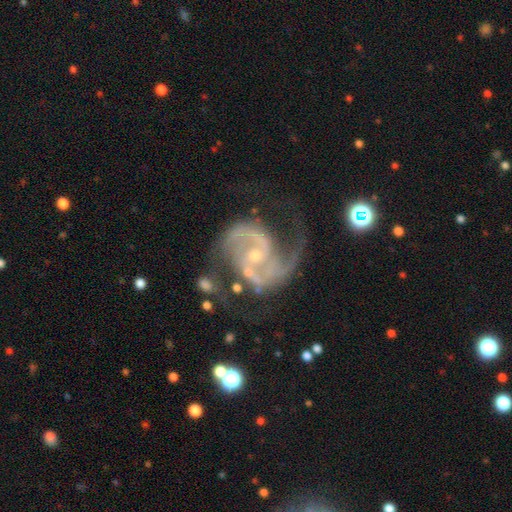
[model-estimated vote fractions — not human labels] Smooth or featured? featured or disk (91%)
Edge-on disk? no (98%)
Bar? no (49%)
Spiral arms? yes (98%)
Spiral winding? medium (59%)
Spiral arm count? 2 (86%)
Bulge size? small (68%)
Merging? none (56%)